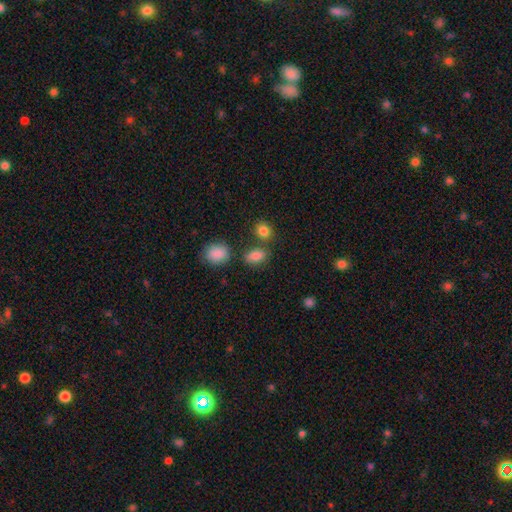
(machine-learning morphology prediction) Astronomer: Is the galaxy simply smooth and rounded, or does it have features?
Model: smooth — 84%.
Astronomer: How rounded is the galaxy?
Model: in between — 79%.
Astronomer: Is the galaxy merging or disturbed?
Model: none — 70%.